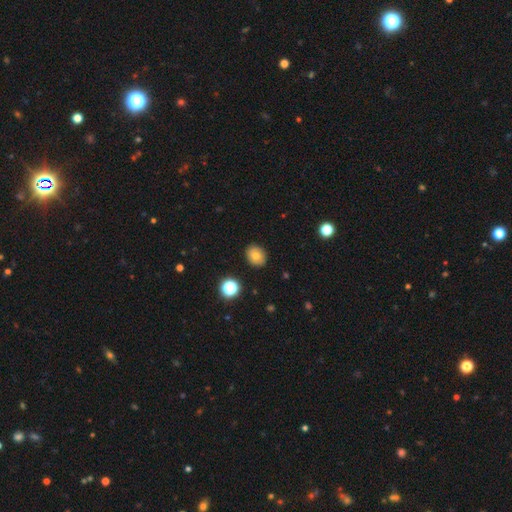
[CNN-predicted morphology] A smooth galaxy with no disk features (74%) that is round (58%). Merging: none (88%).